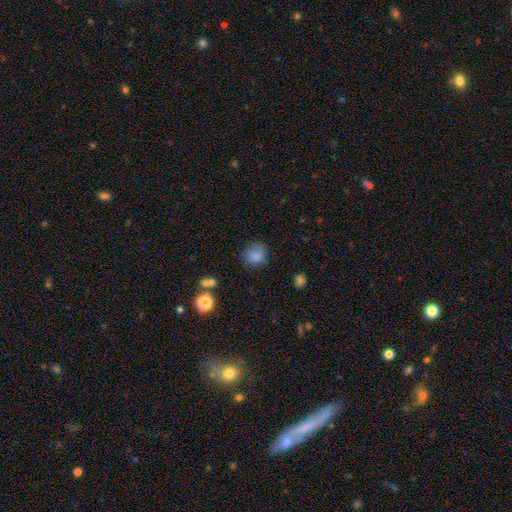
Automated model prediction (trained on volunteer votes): Smooth or featured: smooth — 82% (star or artifact — 11%)
How rounded: round — 74% (in between — 25%)
Merging: none — 70% (minor disturbance — 20%)